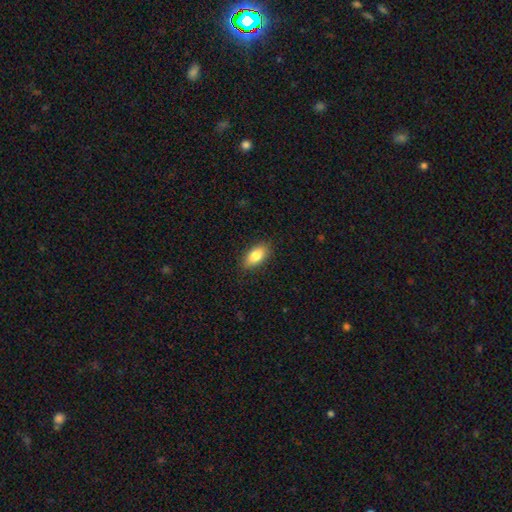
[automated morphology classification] This appears to be a smooth galaxy with no disk features (83%) that is in between round and cigar-shaped (89%). Merging: none (86%).